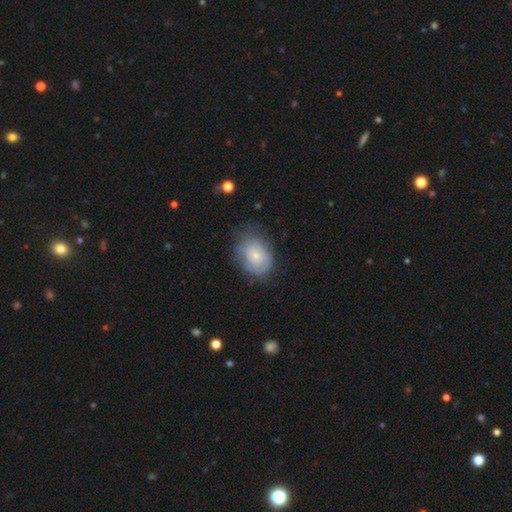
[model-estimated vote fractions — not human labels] This is likely a smooth galaxy (66%). How rounded: likely in between (70%). Merging: likely none (61%).